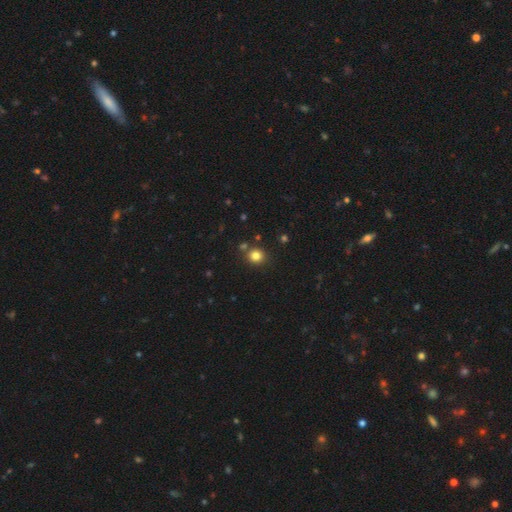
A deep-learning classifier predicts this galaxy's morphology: A smooth galaxy with no disk features (81%) that is round (87%). Merging: none (82%).